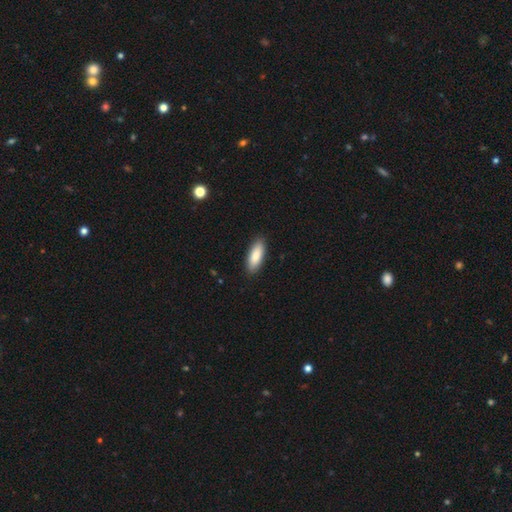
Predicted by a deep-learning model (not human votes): A smooth galaxy with no disk features (87%) that is in between round and cigar-shaped (70%). Merging: none (89%).